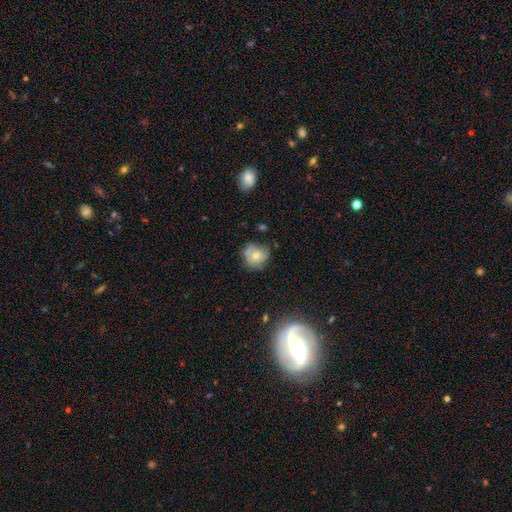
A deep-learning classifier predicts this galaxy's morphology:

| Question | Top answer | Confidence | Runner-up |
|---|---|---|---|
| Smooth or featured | smooth | 49% | featured or disk (38%) |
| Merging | none | 55% | minor disturbance (29%) |